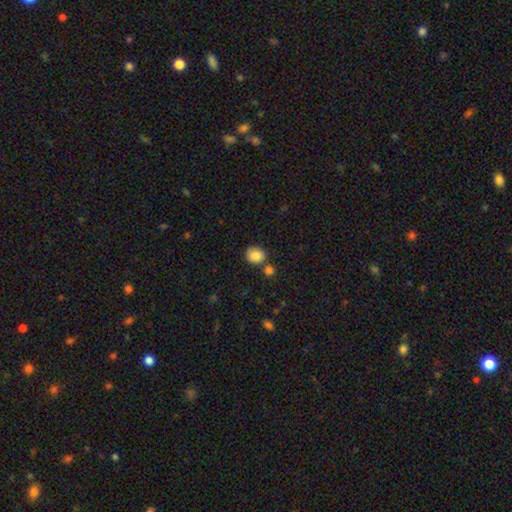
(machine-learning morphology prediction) Smooth or featured?
  - smooth: 86% *
  - star or artifact: 9%
  - featured or disk: 5%
How rounded?
  - round: 69% *
  - in between: 30%
  - cigar-shaped: 1%
Merging?
  - none: 66% *
  - merger: 16%
  - minor disturbance: 14%
  - major disturbance: 4%